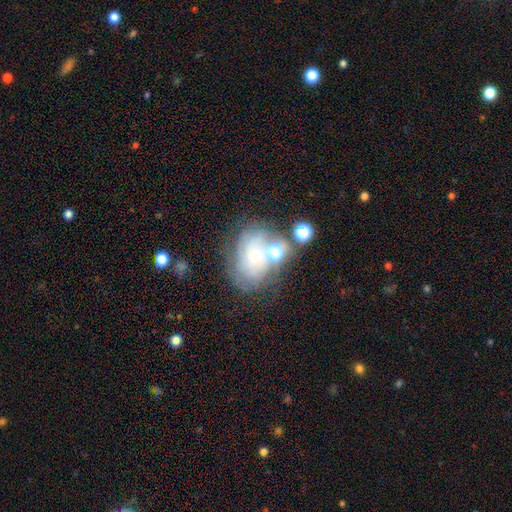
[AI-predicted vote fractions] featured or disk 50%, smooth 34%, star or artifact 16%. Down the decision tree: merging — none (47%).